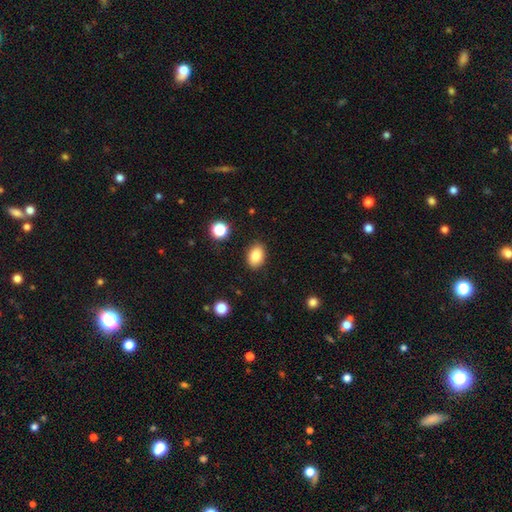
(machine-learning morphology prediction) Smooth or featured? smooth (86%)
How rounded? in between (81%)
Merging? none (88%)